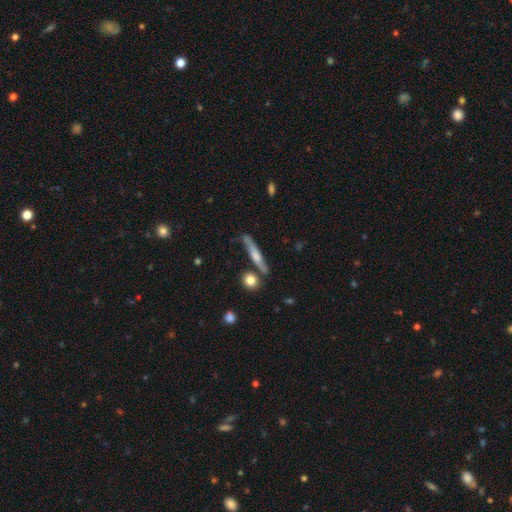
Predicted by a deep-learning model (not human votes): A smooth galaxy with no disk features (48%).

Vote fractions:
- Smooth or featured? smooth: 48% / featured or disk: 45% / star or artifact: 7%
- Merging? none: 73% / minor disturbance: 15% / merger: 8% / major disturbance: 4%